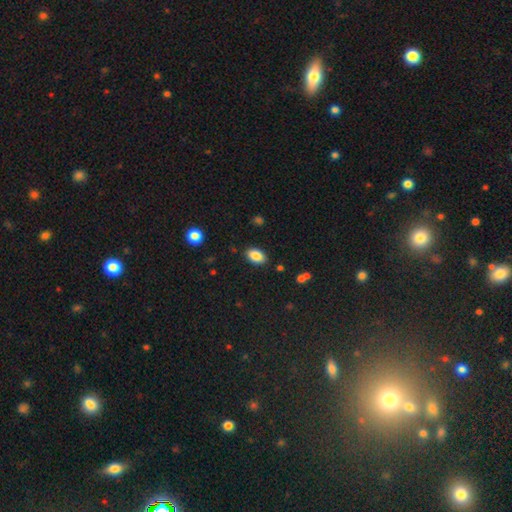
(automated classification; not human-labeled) Smooth or featured: smooth — 87% (star or artifact — 8%)
How rounded: in between — 90% (round — 9%)
Merging: none — 86% (minor disturbance — 10%)